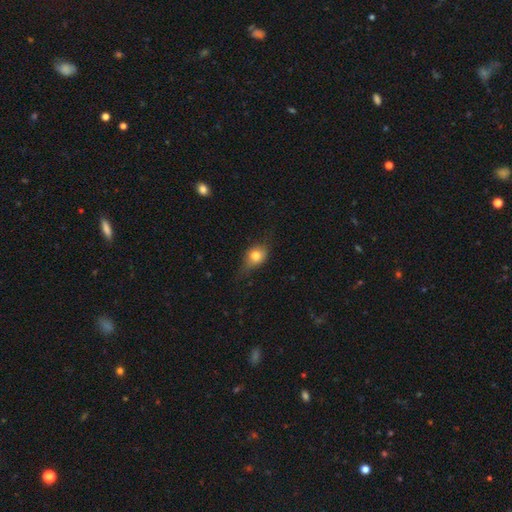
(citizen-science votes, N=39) Smooth or featured? 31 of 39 (79%) said smooth. How rounded? 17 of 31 (55%) said in between. Merging? 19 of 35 (54%) said none.